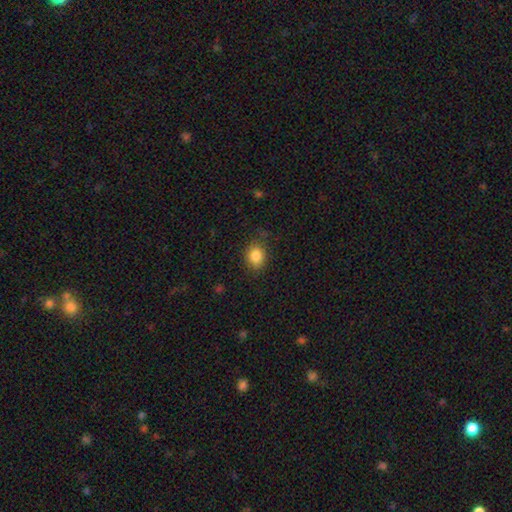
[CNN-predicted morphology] Smooth or featured? smooth (85%)
How rounded? in between (50%)
Merging? none (80%)